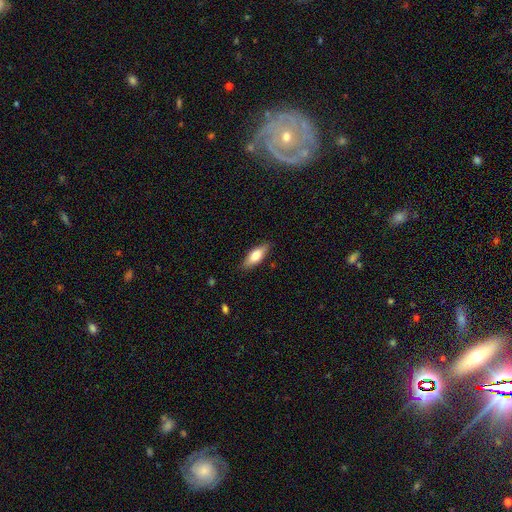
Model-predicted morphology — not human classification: Overall: smooth (72%). How rounded: in between (66%; cigar-shaped 32%). Merging: none (86%).